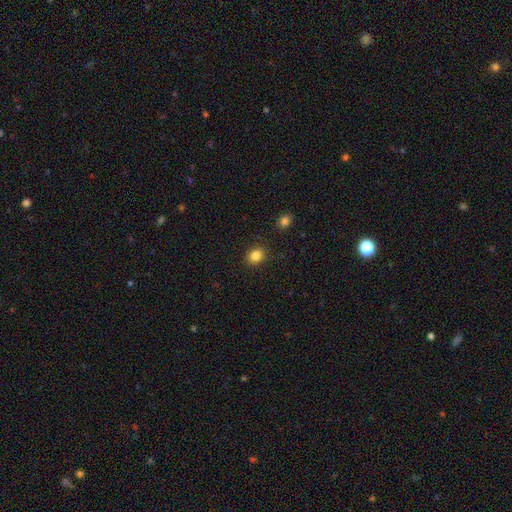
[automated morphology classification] type=smooth (84%); roundness=round (66%); merging=none (88%).